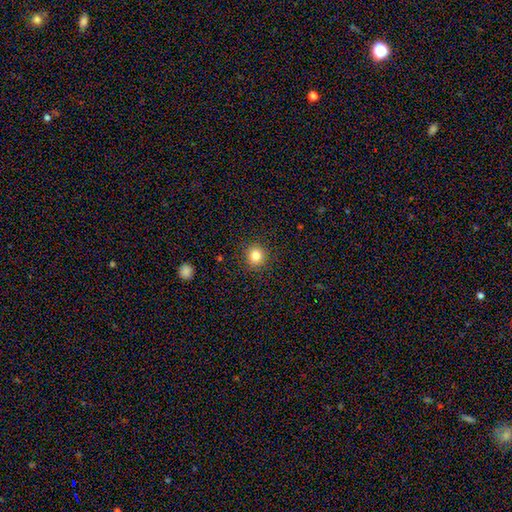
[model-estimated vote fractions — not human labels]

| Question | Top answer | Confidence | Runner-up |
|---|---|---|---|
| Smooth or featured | smooth | 83% | star or artifact (11%) |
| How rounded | round | 90% | in between (9%) |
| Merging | none | 91% | minor disturbance (6%) |